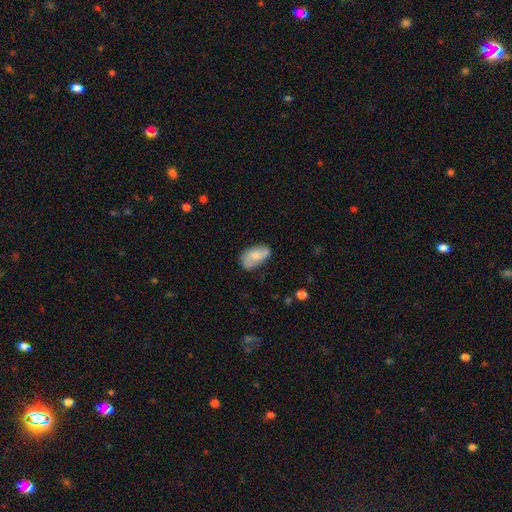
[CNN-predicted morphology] smooth_or_featured: smooth (p=0.60) [alt: featured or disk p=0.33]
how_rounded: in between (p=0.92) [alt: round p=0.05]
merging: none (p=0.55) [alt: minor disturbance p=0.31]